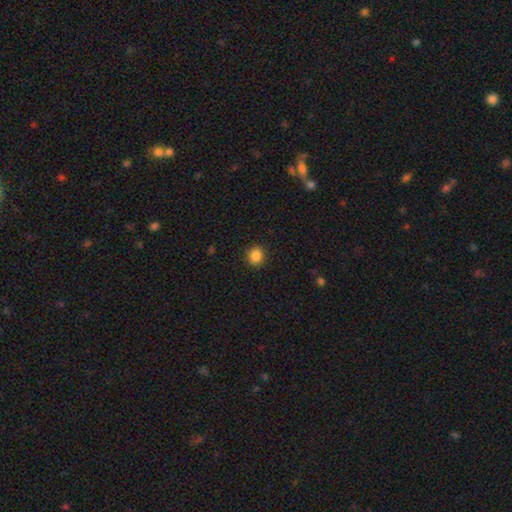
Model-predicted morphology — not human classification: Smooth or featured?
  - smooth: 86% *
  - star or artifact: 10%
  - featured or disk: 4%
How rounded?
  - round: 81% *
  - in between: 18%
  - cigar-shaped: 1%
Merging?
  - none: 90% *
  - minor disturbance: 7%
  - major disturbance: 2%
  - merger: 1%